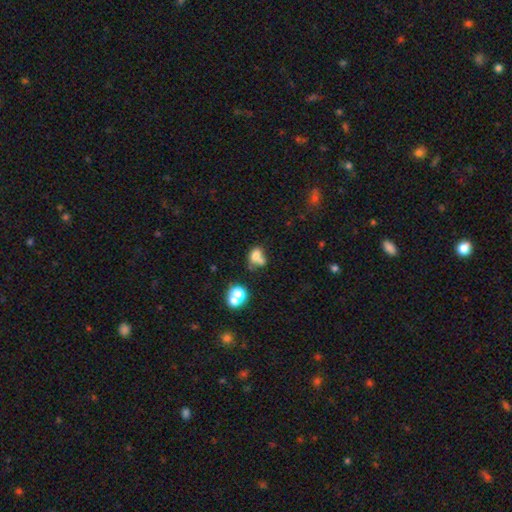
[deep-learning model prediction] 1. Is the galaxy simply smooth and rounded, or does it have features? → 69% smooth, 17% featured or disk, 14% star or artifact.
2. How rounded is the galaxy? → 59% in between, 40% round, 1% cigar-shaped.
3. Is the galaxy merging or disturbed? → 48% merger, 29% none, 14% minor disturbance, 10% major disturbance.